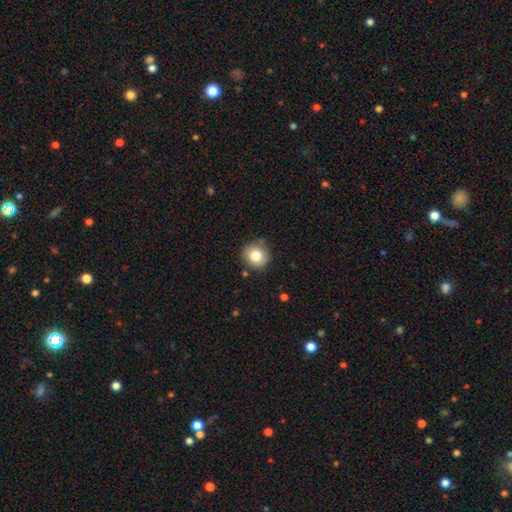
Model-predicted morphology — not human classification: Smooth or featured: smooth — 81% (star or artifact — 10%)
How rounded: round — 88% (in between — 11%)
Merging: none — 84% (minor disturbance — 11%)